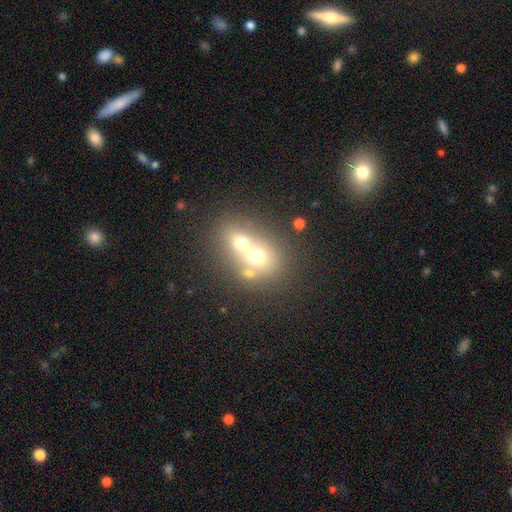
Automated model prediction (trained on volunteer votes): This is possibly a smooth galaxy (59%). How rounded: likely round (61%). Merging: likely merger (67%).